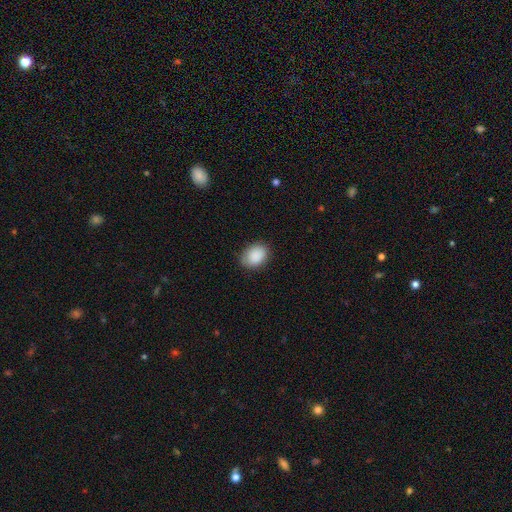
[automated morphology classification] smooth 89%, star or artifact 7%, featured or disk 4%. Down the decision tree: how rounded — in between (69%); merging — none (79%).